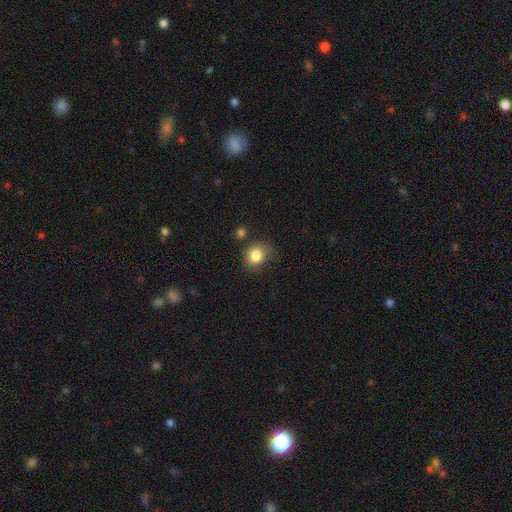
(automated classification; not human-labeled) Overall: smooth (83%). How rounded: round (72%). Merging: none (67%).